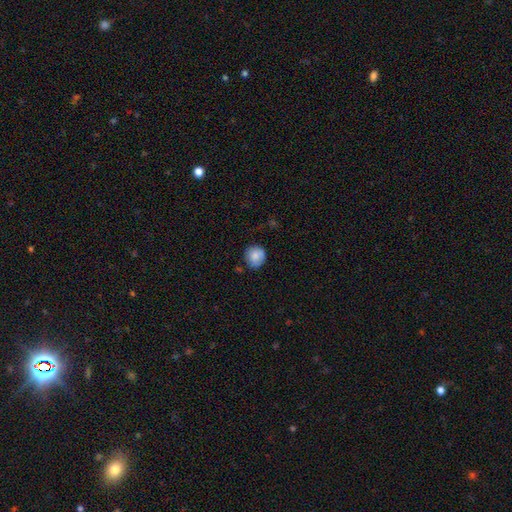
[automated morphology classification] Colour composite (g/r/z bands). It shows a smooth galaxy with no disk features (84%) that is round (88%). Merging: none (75%).